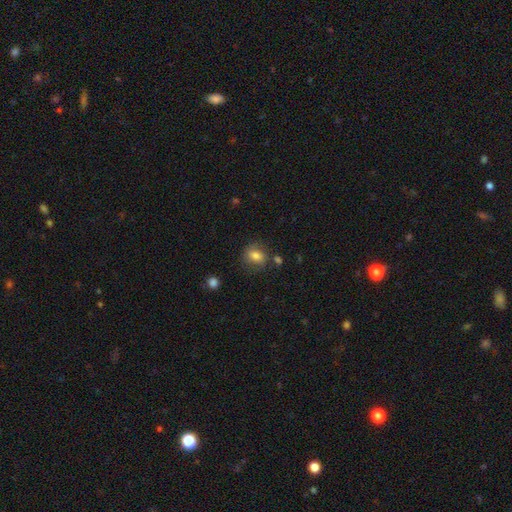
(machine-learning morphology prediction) Smooth or featured?
  - smooth: 75% *
  - featured or disk: 16%
  - star or artifact: 10%
How rounded?
  - round: 51% *
  - in between: 47%
  - cigar-shaped: 1%
Merging?
  - none: 71% *
  - minor disturbance: 17%
  - major disturbance: 6%
  - merger: 5%